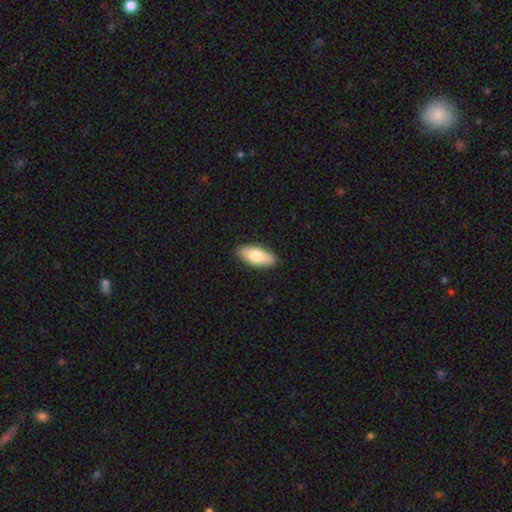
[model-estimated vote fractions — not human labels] Overall: smooth (74%). How rounded: in between (87%). Merging: none (89%).